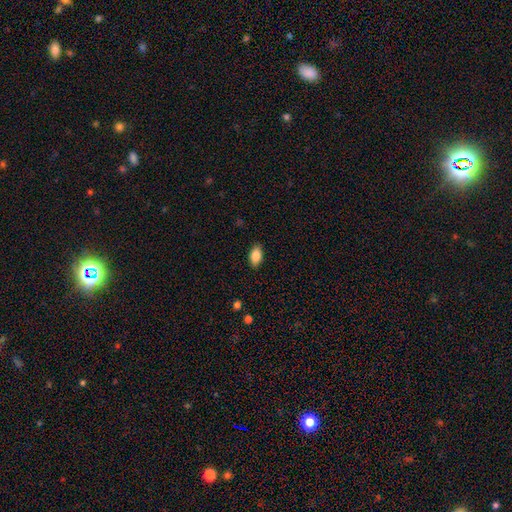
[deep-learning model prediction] Morphology: type=smooth (86%); roundness=in between (91%); merging=none (87%).